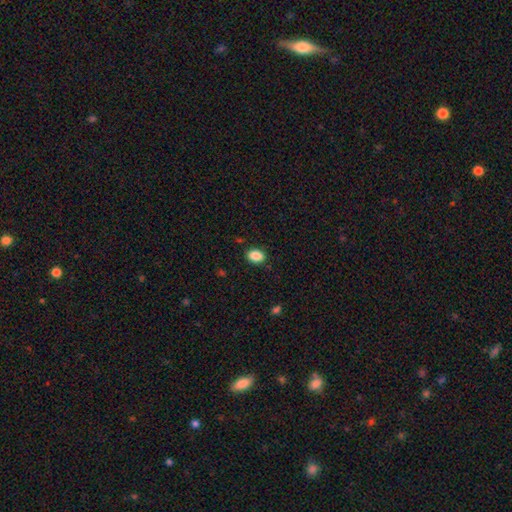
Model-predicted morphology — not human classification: smooth 88%, star or artifact 8%, featured or disk 3%. Down the decision tree: how rounded — in between (81%); merging — none (87%).